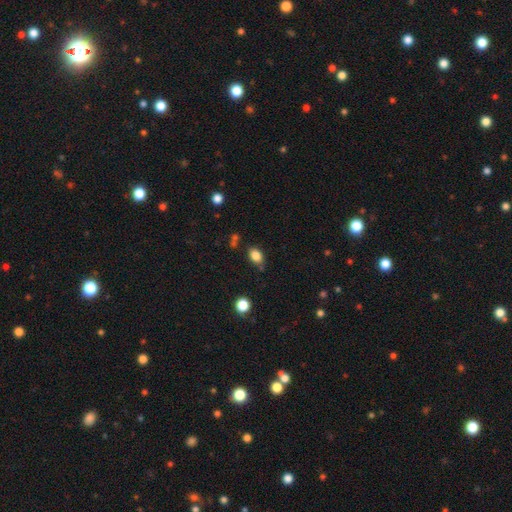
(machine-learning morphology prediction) smooth_or_featured: smooth (p=0.83) [alt: star or artifact p=0.11]
how_rounded: in between (p=0.75) [alt: round p=0.23]
merging: none (p=0.74) [alt: minor disturbance p=0.16]